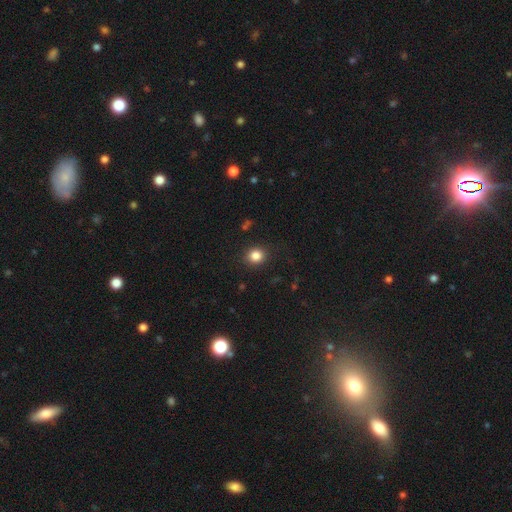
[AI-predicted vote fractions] Smooth or featured: smooth — 84% (star or artifact — 11%)
How rounded: round — 78% (in between — 21%)
Merging: none — 88% (minor disturbance — 8%)